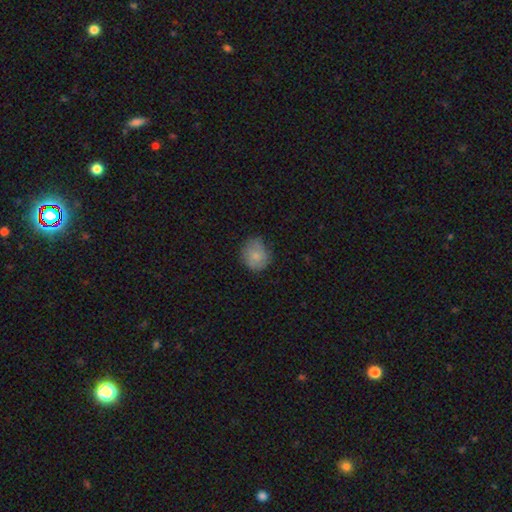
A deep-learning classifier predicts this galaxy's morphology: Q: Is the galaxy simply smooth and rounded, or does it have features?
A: smooth — 78%.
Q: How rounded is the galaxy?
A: round — 74%.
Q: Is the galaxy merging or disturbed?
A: none — 69%.